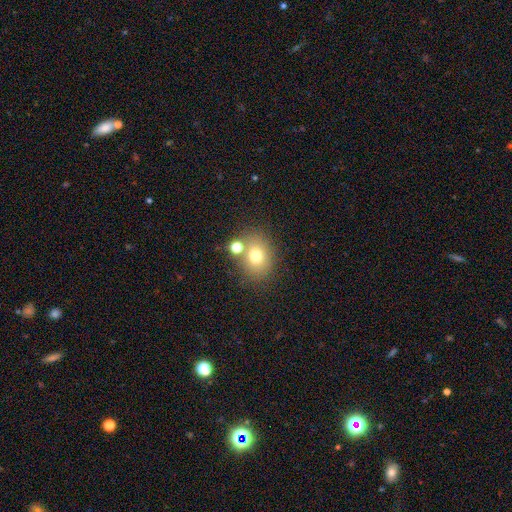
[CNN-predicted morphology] Overall: smooth (72%). How rounded: round (55%; in between 44%). Merging: none (67%).